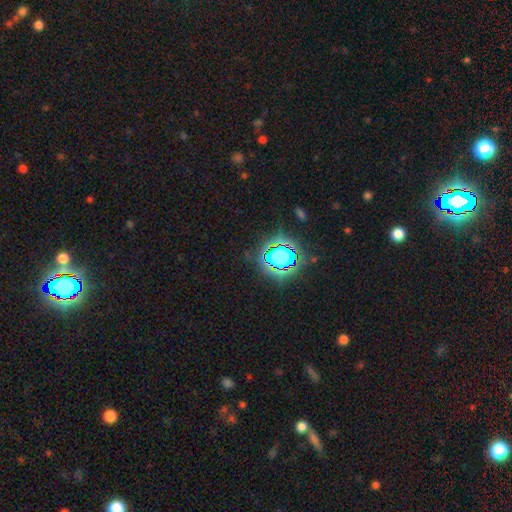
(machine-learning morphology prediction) Overall: star or artifact (76%).